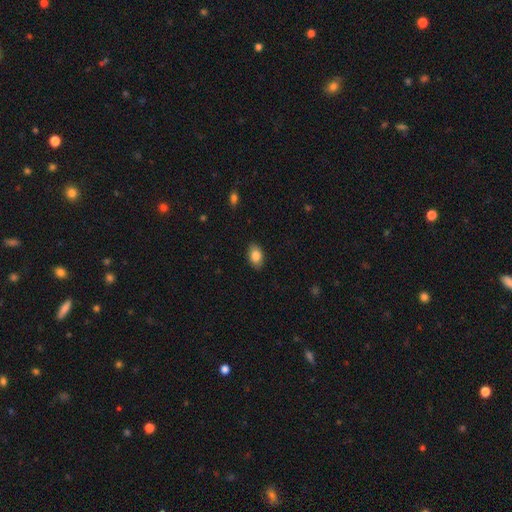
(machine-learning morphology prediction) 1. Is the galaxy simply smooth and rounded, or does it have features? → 84% smooth, 9% featured or disk, 8% star or artifact.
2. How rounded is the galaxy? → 88% in between, 11% round, 2% cigar-shaped.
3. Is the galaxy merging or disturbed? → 88% none, 9% minor disturbance, 2% major disturbance, 1% merger.